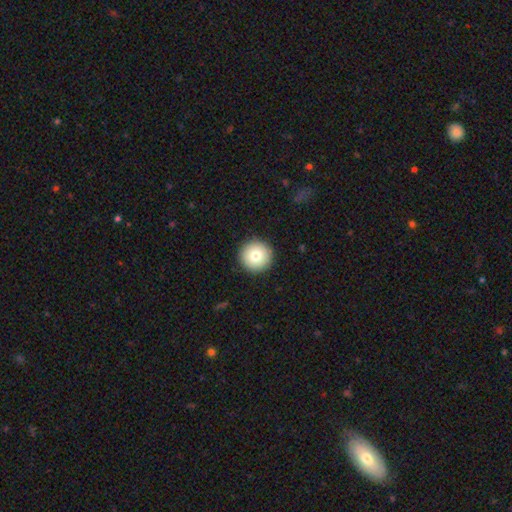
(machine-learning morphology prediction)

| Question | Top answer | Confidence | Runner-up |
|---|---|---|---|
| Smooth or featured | smooth | 80% | featured or disk (11%) |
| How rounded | round | 96% | in between (3%) |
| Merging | none | 93% | minor disturbance (5%) |